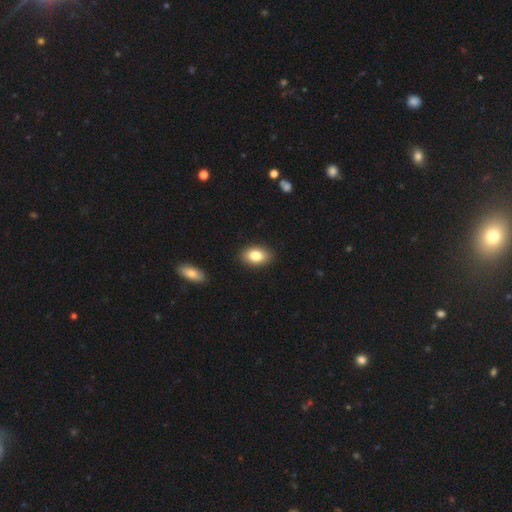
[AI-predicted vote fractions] A smooth galaxy with no disk features (82%) that is in between round and cigar-shaped (87%). Merging: none (89%).